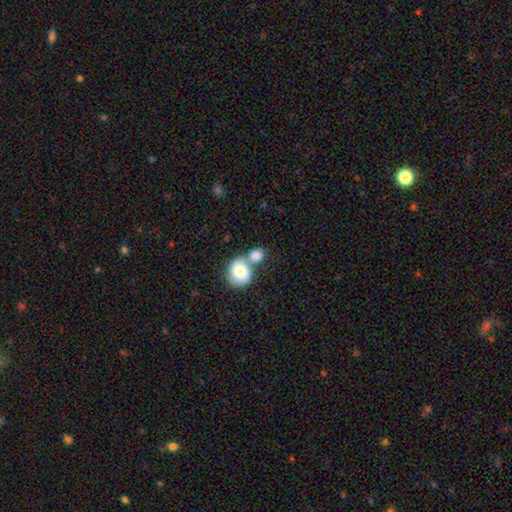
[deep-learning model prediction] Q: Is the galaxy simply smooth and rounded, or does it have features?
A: smooth — 79%.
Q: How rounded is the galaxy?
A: round — 72%.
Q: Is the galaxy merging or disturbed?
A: merger — 57%.